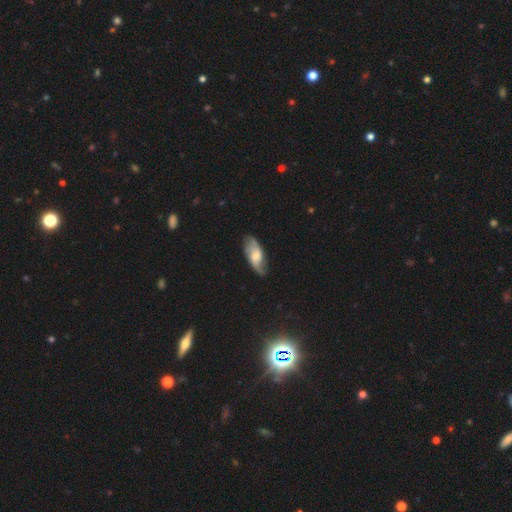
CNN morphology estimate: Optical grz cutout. It shows a featured or disk galaxy (58%). Merging: none (73%).